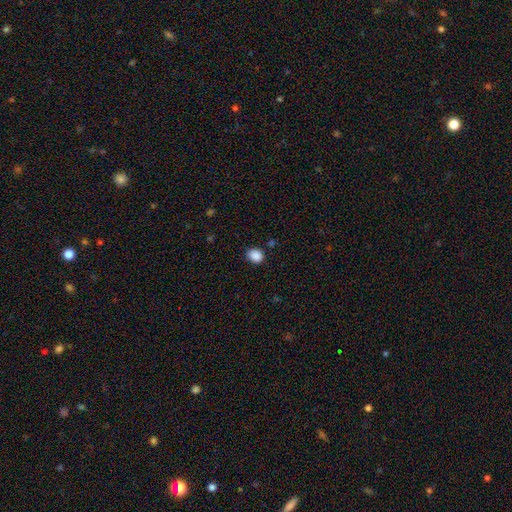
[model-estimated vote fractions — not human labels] This appears to be a smooth galaxy with no disk features (88%) that is round (50%). Merging: none (85%).